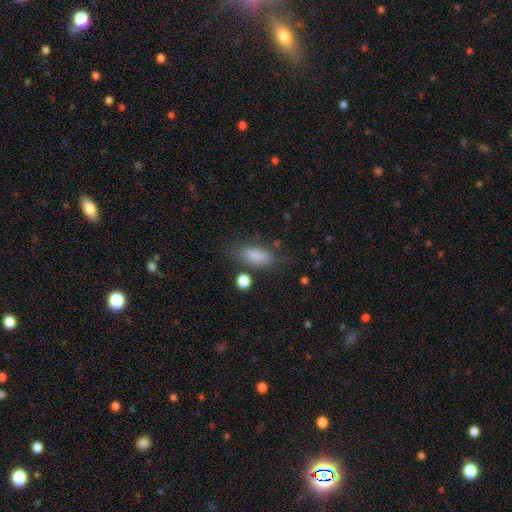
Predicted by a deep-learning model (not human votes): Smooth or featured?
  - smooth: 84% *
  - star or artifact: 9%
  - featured or disk: 7%
How rounded?
  - in between: 82% *
  - cigar-shaped: 14%
  - round: 4%
Merging?
  - none: 69% *
  - minor disturbance: 19%
  - major disturbance: 7%
  - merger: 5%